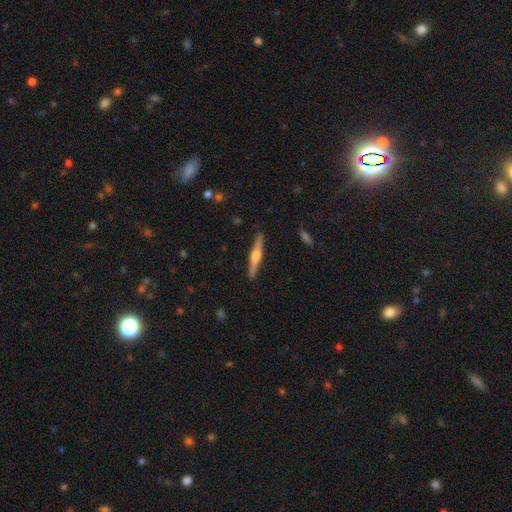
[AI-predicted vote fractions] Smooth or featured? Predicted: featured or disk (p=0.68). Edge-on disk? Predicted: yes (p=0.98). Edge-on bulge? Predicted: rounded (p=0.89). Merging? Predicted: none (p=0.90).